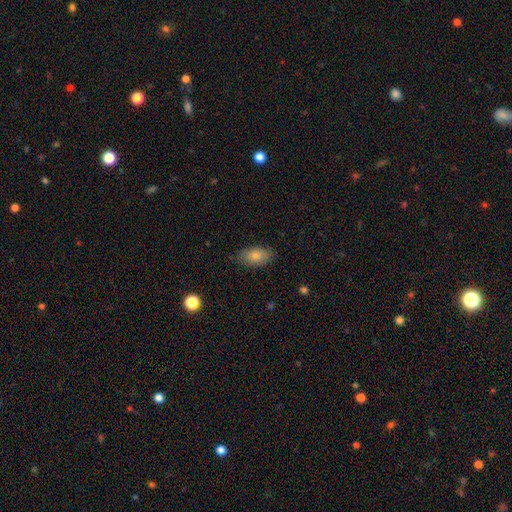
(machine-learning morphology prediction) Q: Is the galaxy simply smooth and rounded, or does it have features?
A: smooth — 82%.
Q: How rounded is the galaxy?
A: in between — 92%.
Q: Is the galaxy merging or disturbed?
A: none — 81%.